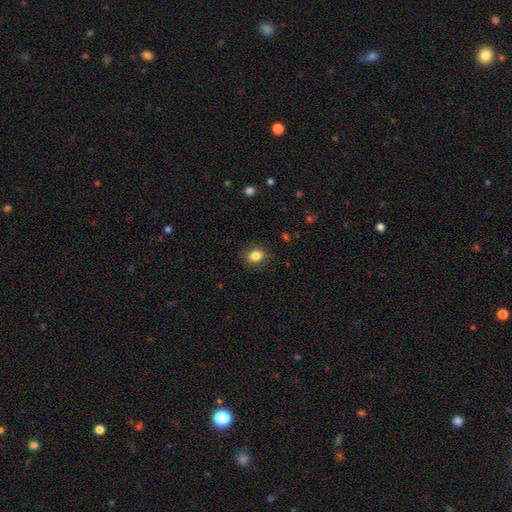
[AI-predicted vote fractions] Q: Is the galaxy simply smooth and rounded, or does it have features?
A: smooth — 84%.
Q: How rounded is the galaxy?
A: in between — 51%.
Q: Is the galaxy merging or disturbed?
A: none — 84%.